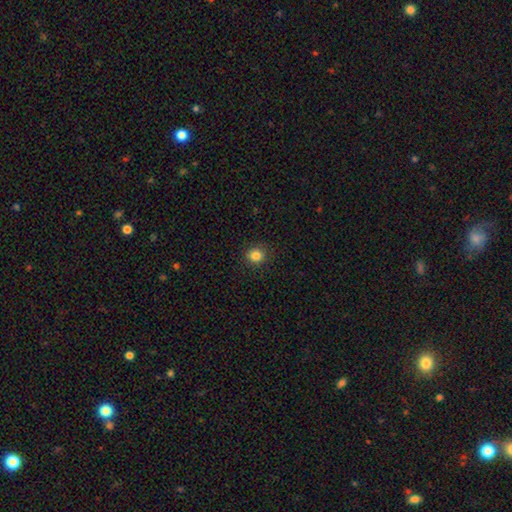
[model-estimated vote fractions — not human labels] Morphology: type=smooth (84%); roundness=round (85%); merging=none (90%).